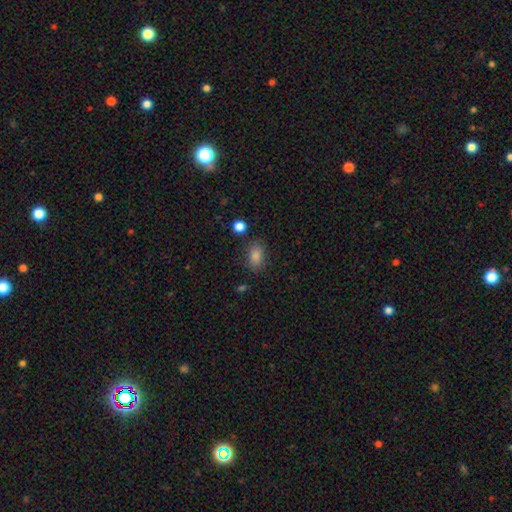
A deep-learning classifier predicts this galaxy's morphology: Smooth or featured: smooth — 81% (star or artifact — 13%)
How rounded: in between — 81% (round — 17%)
Merging: none — 81% (minor disturbance — 12%)